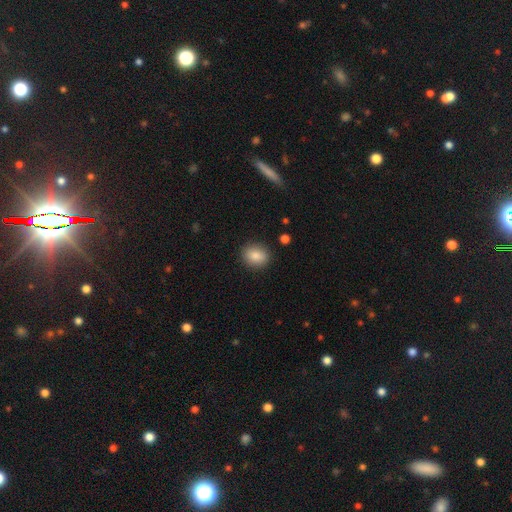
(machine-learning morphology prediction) A smooth galaxy with no disk features (86%) that is round (61%).

Vote fractions:
- Smooth or featured? smooth: 86% / star or artifact: 9% / featured or disk: 5%
- How rounded? round: 61% / in between: 38% / cigar-shaped: 1%
- Merging? none: 89% / minor disturbance: 7% / major disturbance: 2% / merger: 1%